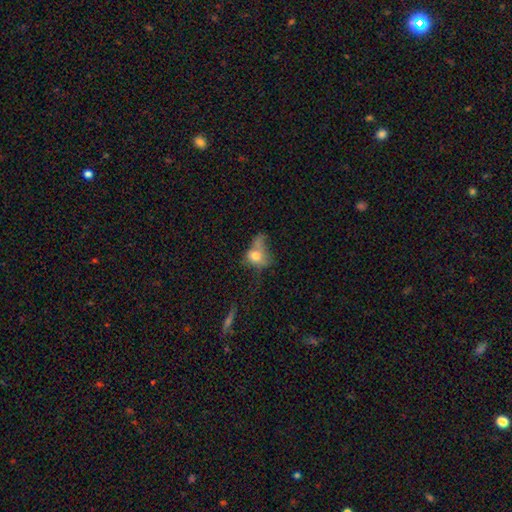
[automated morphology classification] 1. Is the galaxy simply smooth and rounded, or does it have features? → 67% smooth, 21% featured or disk, 12% star or artifact.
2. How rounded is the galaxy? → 57% in between, 40% round, 2% cigar-shaped.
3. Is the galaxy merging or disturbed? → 37% major disturbance, 22% none, 20% merger, 20% minor disturbance.